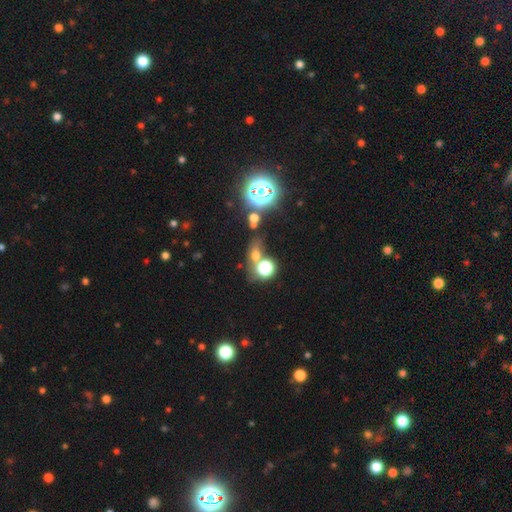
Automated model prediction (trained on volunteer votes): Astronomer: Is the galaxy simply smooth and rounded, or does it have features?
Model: smooth — 49% (runner-up: star or artifact, 39%).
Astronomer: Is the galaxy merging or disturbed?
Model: none — 57%.